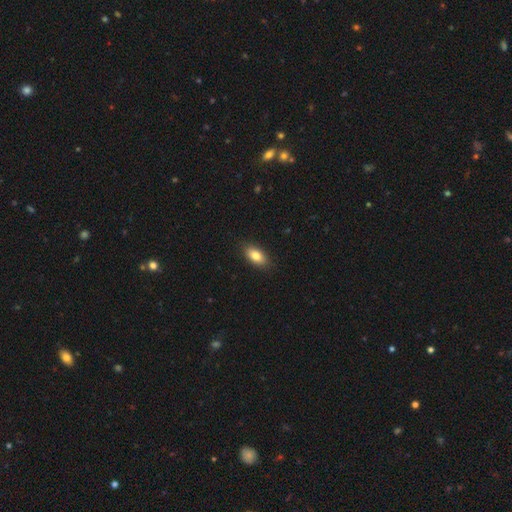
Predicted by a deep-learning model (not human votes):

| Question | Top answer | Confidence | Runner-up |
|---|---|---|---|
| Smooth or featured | smooth | 81% | featured or disk (11%) |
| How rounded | in between | 89% | cigar-shaped (6%) |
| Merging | none | 88% | minor disturbance (9%) |